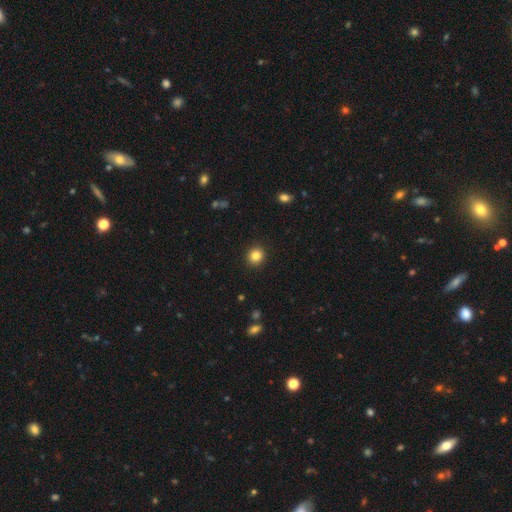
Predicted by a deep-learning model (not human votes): Smooth or featured: smooth — 84% (star or artifact — 11%)
How rounded: round — 89% (in between — 10%)
Merging: none — 92% (minor disturbance — 5%)